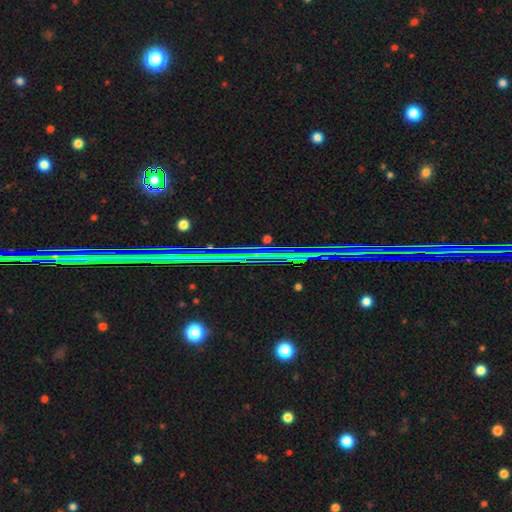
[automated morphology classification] The model was most divided on "smooth or featured": star or artifact: 82%, featured or disk: 10%, smooth: 8%.